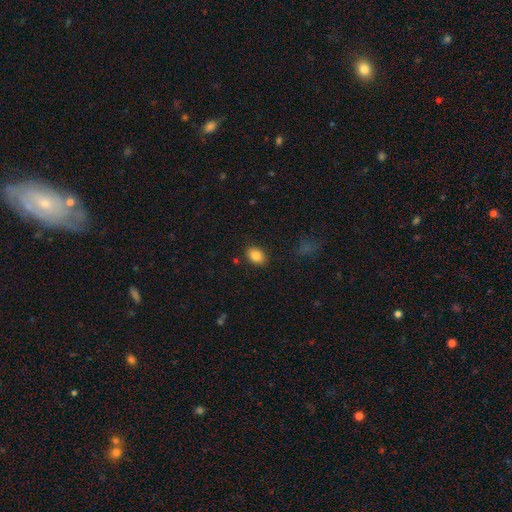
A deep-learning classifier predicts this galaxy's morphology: Smooth or featured? smooth (85%)
How rounded? in between (81%)
Merging? none (85%)